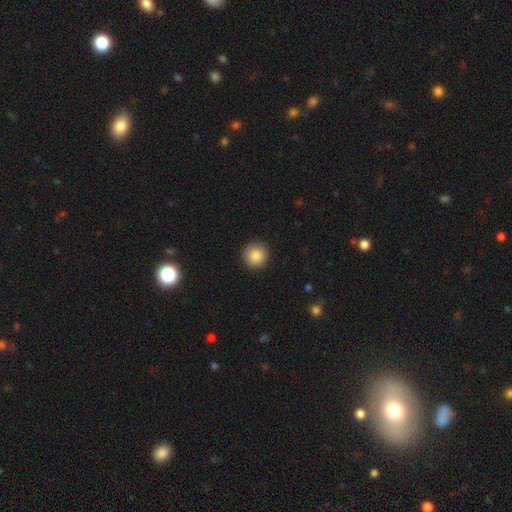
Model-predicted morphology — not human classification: Smooth or featured? Predicted: smooth (p=0.88). How rounded? Predicted: round (p=0.95). Merging? Predicted: none (p=0.90).